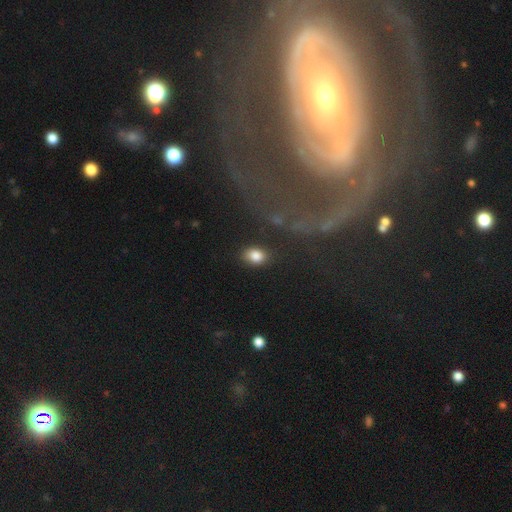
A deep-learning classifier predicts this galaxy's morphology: smooth_or_featured: smooth (p=0.84) [alt: star or artifact p=0.09]
how_rounded: in between (p=0.75) [alt: round p=0.23]
merging: none (p=0.83) [alt: minor disturbance p=0.11]